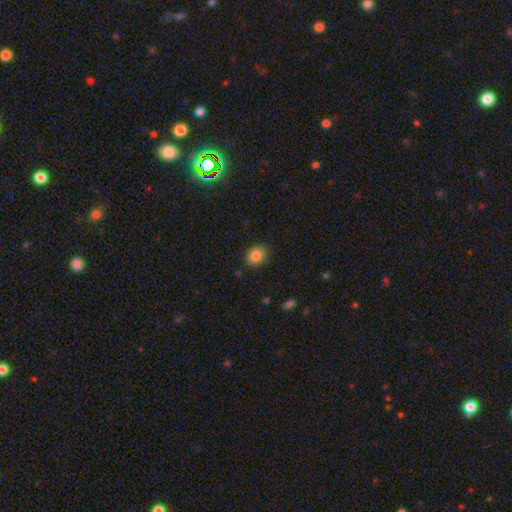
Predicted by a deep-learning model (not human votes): Smooth or featured? smooth (85%)
How rounded? round (55%)
Merging? none (83%)